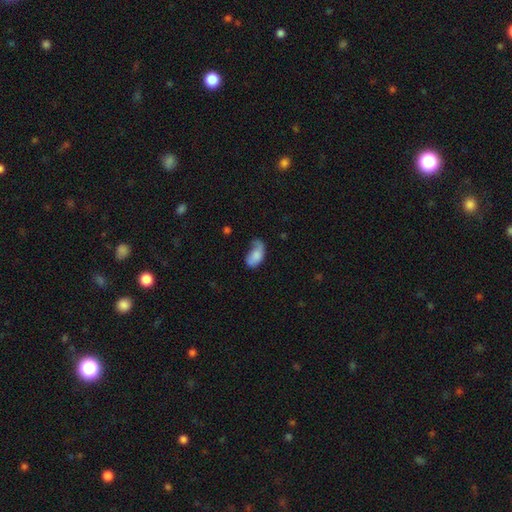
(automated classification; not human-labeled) Overall: smooth (75%). How rounded: in between (93%). Merging: minor disturbance (36%; none 30%).